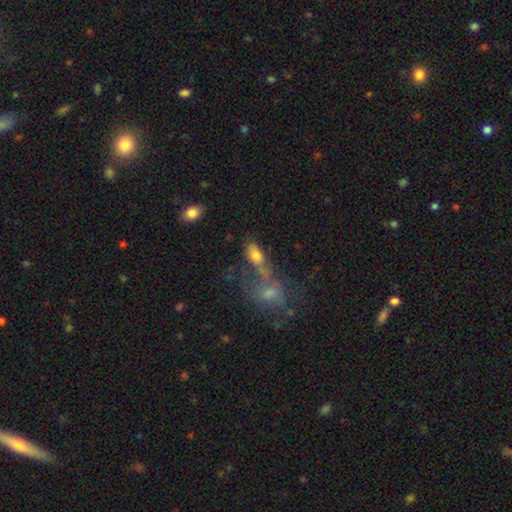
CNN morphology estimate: Smooth or featured?
  - smooth: 67% *
  - featured or disk: 21%
  - star or artifact: 13%
How rounded?
  - in between: 84% *
  - round: 8%
  - cigar-shaped: 7%
Merging?
  - merger: 40% *
  - none: 34%
  - minor disturbance: 14%
  - major disturbance: 12%